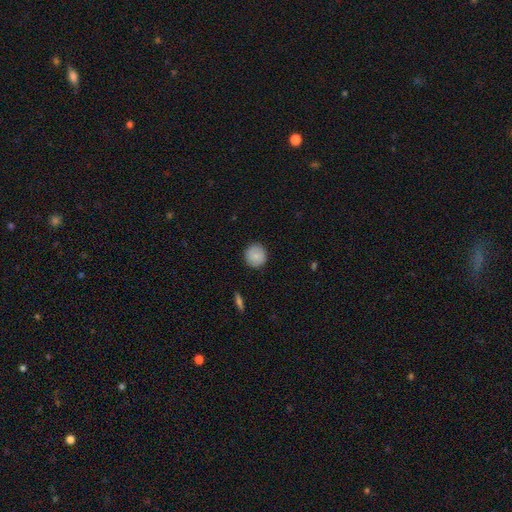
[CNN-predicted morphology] The model was most divided on "smooth or featured": smooth: 81%, featured or disk: 12%, star or artifact: 7%. More confident: how rounded — round (93%); merging — none (89%).